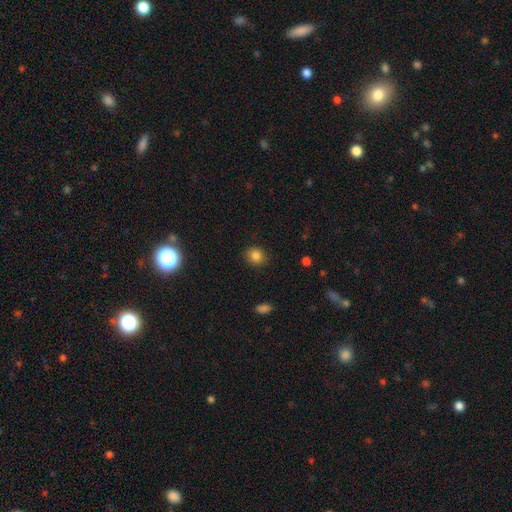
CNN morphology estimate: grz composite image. It shows a smooth galaxy with no disk features (84%) that is round (77%). Merging: none (88%).